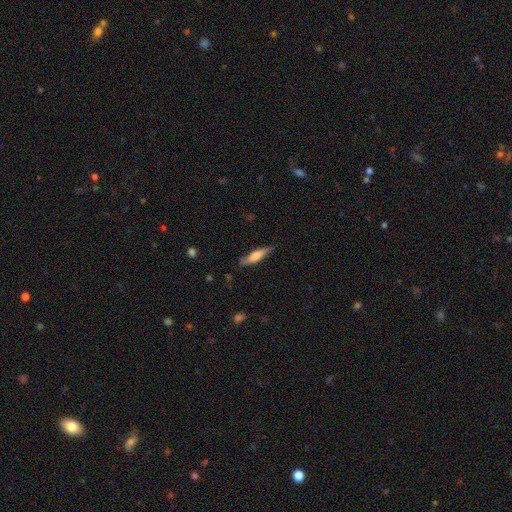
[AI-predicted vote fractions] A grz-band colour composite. It shows a smooth galaxy with no disk features (54%) that is cigar-shaped (73%). Merging: none (75%).